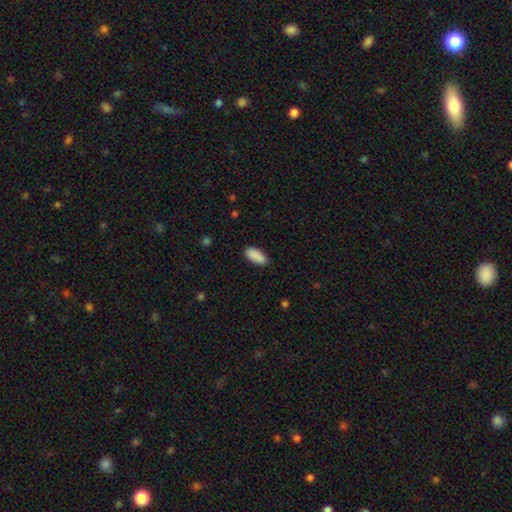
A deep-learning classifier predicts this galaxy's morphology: The model was most divided on "how rounded": in between: 83%, cigar-shaped: 16%, round: 2%. More confident: smooth or featured — smooth (91%); merging — none (88%).